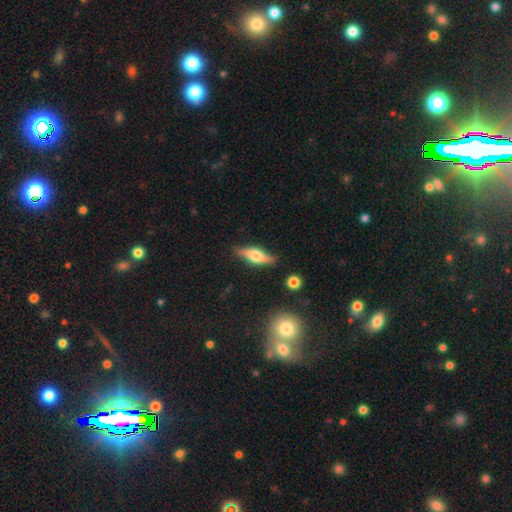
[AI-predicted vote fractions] A featured or disk galaxy (48%).

Vote fractions:
- Smooth or featured? featured or disk: 48% / smooth: 45% / star or artifact: 7%
- Merging? none: 81% / minor disturbance: 14% / major disturbance: 3% / merger: 2%